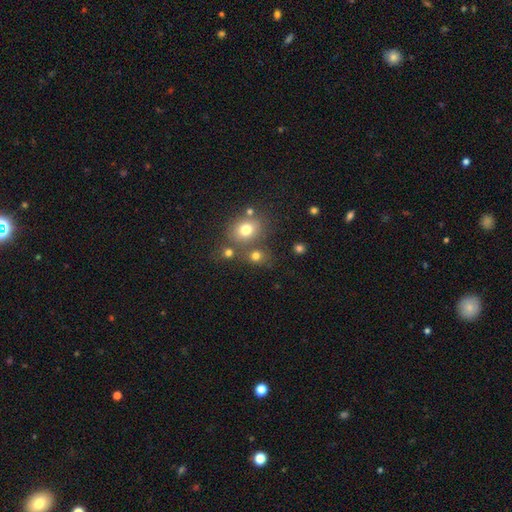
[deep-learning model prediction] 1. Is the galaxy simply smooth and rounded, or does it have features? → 73% smooth, 17% star or artifact, 10% featured or disk.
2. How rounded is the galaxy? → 65% round, 33% in between, 1% cigar-shaped.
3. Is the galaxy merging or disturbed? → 62% none, 22% merger, 11% minor disturbance, 5% major disturbance.